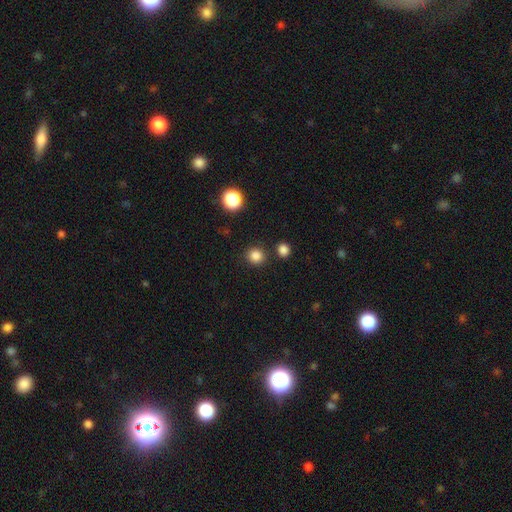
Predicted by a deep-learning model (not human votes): The model was most divided on "smooth or featured": smooth: 84%, star or artifact: 13%, featured or disk: 3%. More confident: how rounded — round (90%); merging — none (86%).